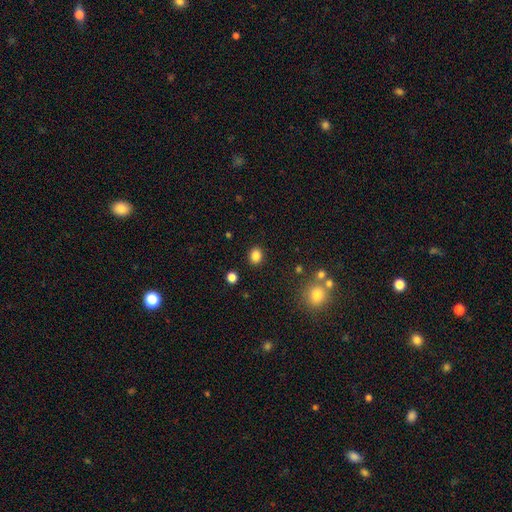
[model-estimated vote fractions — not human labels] This is clearly a smooth galaxy (85%). How rounded: possibly round (52%). Merging: clearly none (88%).